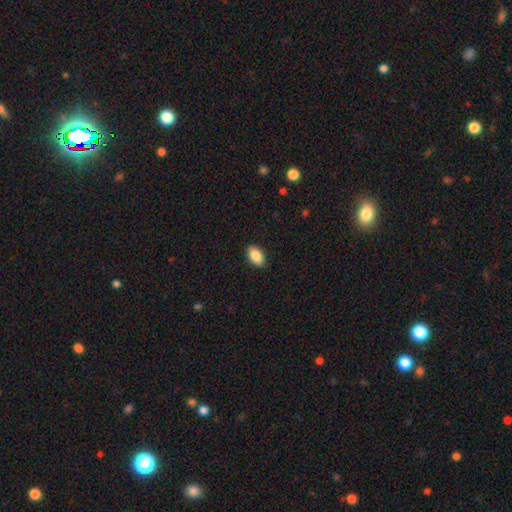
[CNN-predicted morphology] Smooth or featured: smooth — 88% (star or artifact — 7%)
How rounded: in between — 93% (round — 5%)
Merging: none — 89% (minor disturbance — 8%)